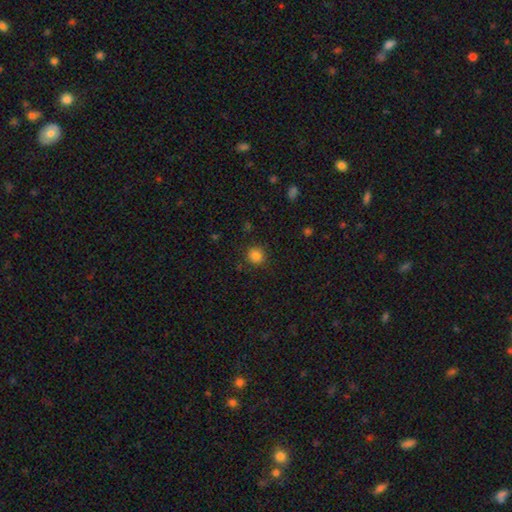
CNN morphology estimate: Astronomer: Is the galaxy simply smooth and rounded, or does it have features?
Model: smooth — 83%.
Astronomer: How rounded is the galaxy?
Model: round — 90%.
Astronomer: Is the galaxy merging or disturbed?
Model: none — 87%.